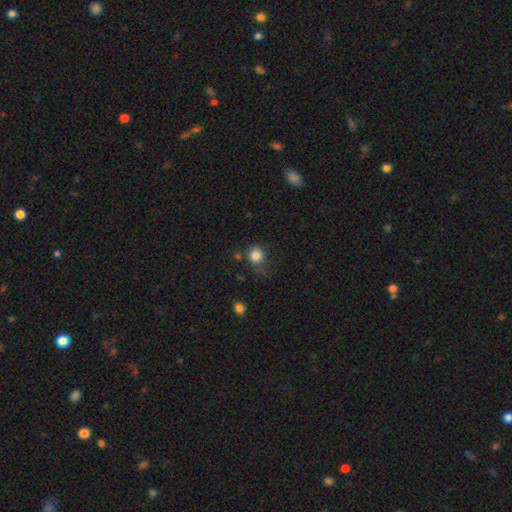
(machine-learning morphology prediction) Smooth or featured? Predicted: smooth (p=0.82). How rounded? Predicted: round (p=0.78). Merging? Predicted: none (p=0.54).